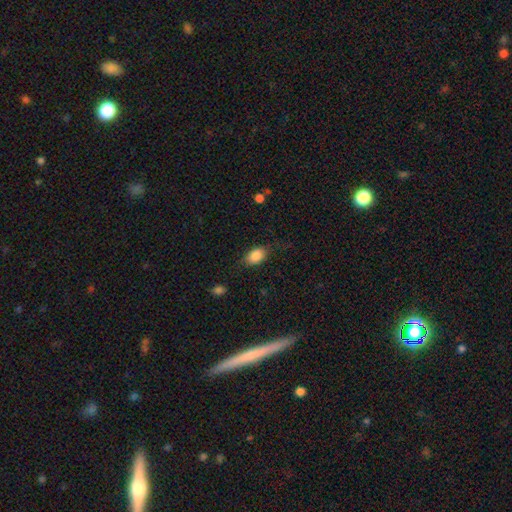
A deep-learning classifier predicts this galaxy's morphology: Smooth or featured: smooth — 84% (featured or disk — 8%)
How rounded: in between — 85% (round — 13%)
Merging: none — 71% (minor disturbance — 20%)